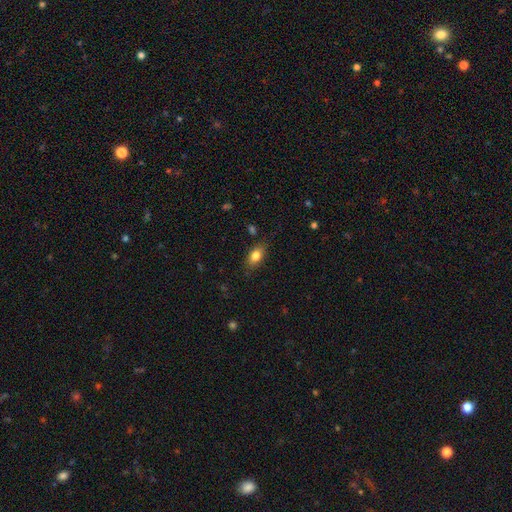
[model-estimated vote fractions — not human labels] Overall: smooth (81%). How rounded: in between (85%). Merging: none (80%).